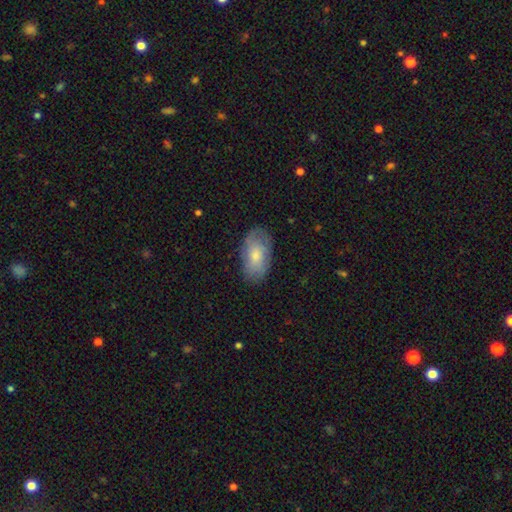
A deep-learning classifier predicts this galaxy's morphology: Smooth or featured? Predicted: smooth (p=0.69). How rounded? Predicted: in between (p=0.94). Merging? Predicted: none (p=0.77).